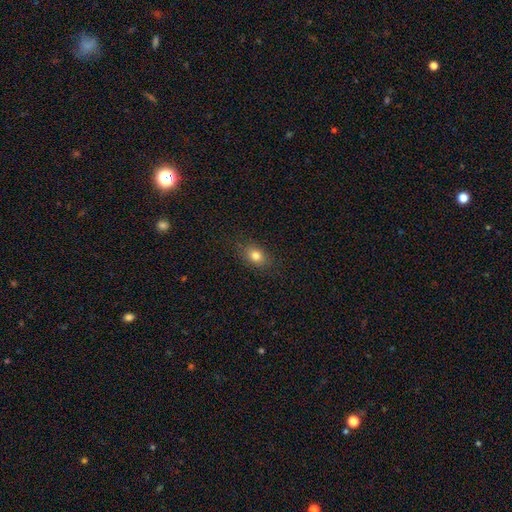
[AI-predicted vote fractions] A smooth galaxy with no disk features (80%) that is in between round and cigar-shaped (73%).

Vote fractions:
- Smooth or featured? smooth: 80% / star or artifact: 11% / featured or disk: 9%
- How rounded? in between: 73% / round: 25% / cigar-shaped: 3%
- Merging? none: 84% / minor disturbance: 11% / major disturbance: 3% / merger: 1%